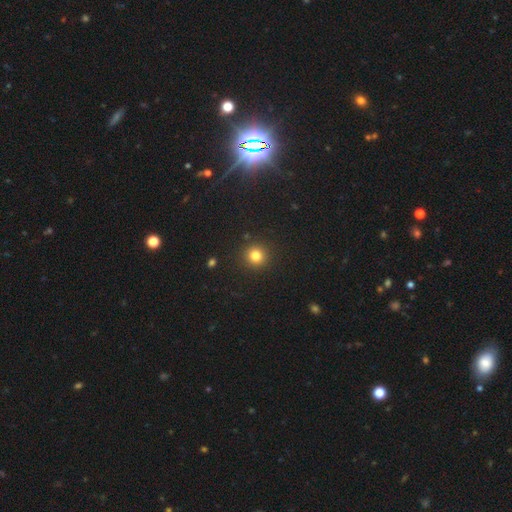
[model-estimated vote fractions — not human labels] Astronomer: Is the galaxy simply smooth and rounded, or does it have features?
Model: smooth — 81%.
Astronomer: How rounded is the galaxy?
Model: round — 94%.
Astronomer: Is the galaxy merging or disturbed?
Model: none — 91%.